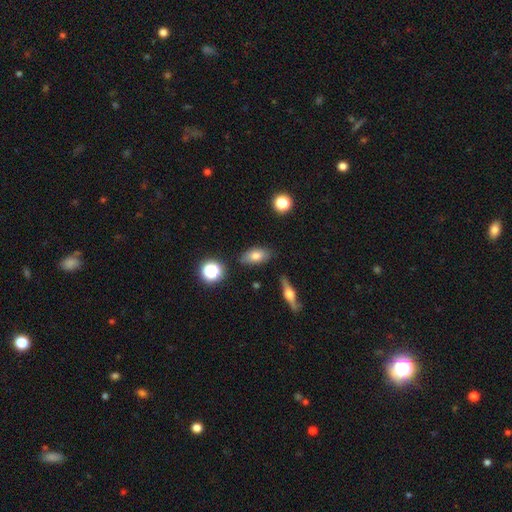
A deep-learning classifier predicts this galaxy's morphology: Q: Smooth or featured?
A: smooth (73%); runner-up: featured or disk (17%)
Q: How rounded?
A: in between (83%); runner-up: cigar-shaped (10%)
Q: Merging?
A: none (82%); runner-up: minor disturbance (12%)